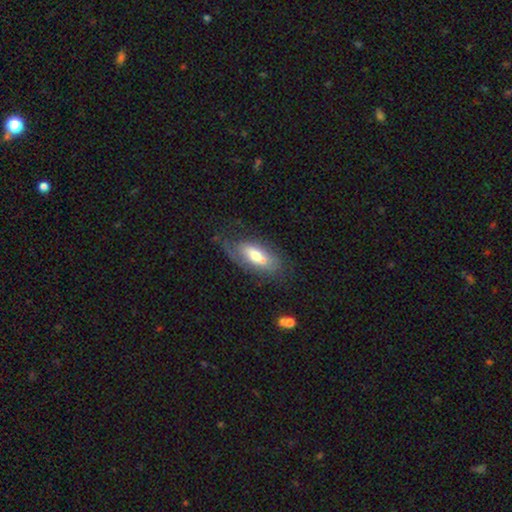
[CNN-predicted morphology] Q: Smooth or featured?
A: smooth (47%); runner-up: featured or disk (46%)
Q: Merging?
A: none (53%); runner-up: minor disturbance (26%)